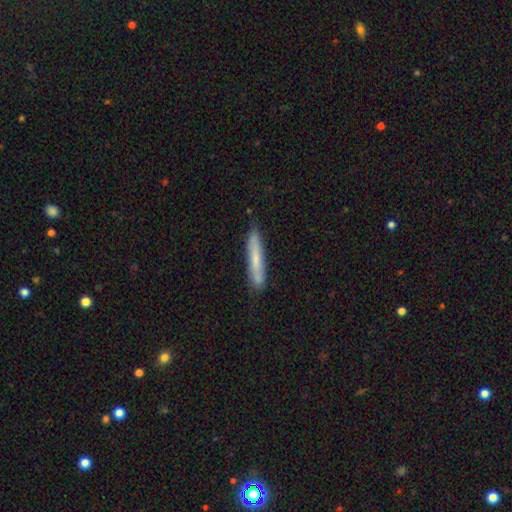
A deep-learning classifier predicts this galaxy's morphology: A smooth galaxy with no disk features (64%) that is cigar-shaped (94%).

Vote fractions:
- Smooth or featured? smooth: 64% / featured or disk: 30% / star or artifact: 6%
- How rounded? cigar-shaped: 94% / in between: 5% / round: 1%
- Merging? none: 83% / minor disturbance: 13% / merger: 2% / major disturbance: 2%